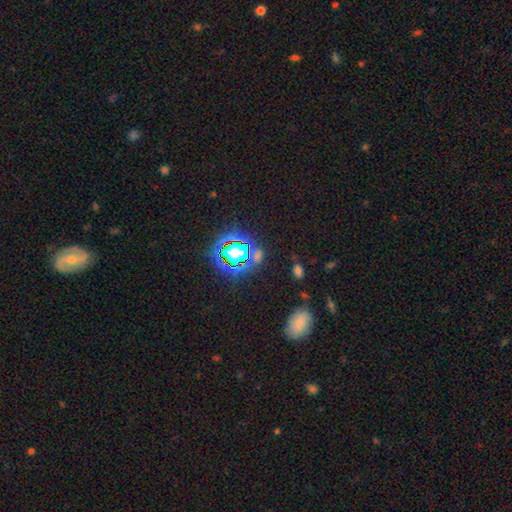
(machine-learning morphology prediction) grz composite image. It shows a star or artifact, not a galaxy (68%).